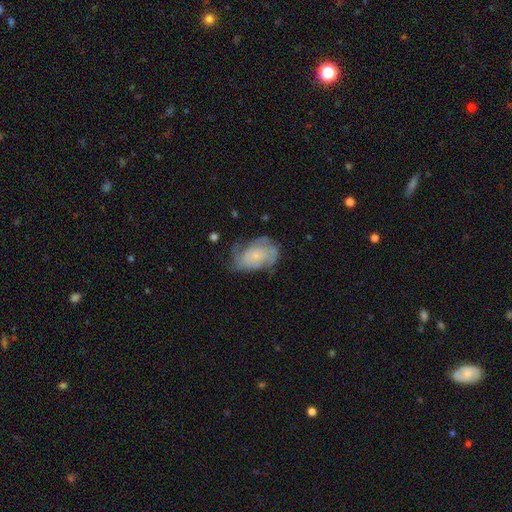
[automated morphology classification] smooth_or_featured: featured or disk (p=0.66) [alt: smooth p=0.27]
disk_edge_on: no (p=0.97) [alt: yes p=0.03]
bar: no (p=0.79) [alt: weak p=0.18]
has_spiral_arms: yes (p=0.83) [alt: no p=0.17]
spiral_winding: tight (p=0.47) [alt: medium p=0.36]
spiral_arm_count: can't tell (p=0.40) [alt: 2 p=0.24]
bulge_size: small (p=0.71) [alt: moderate p=0.17]
merging: none (p=0.49) [alt: minor disturbance p=0.29]